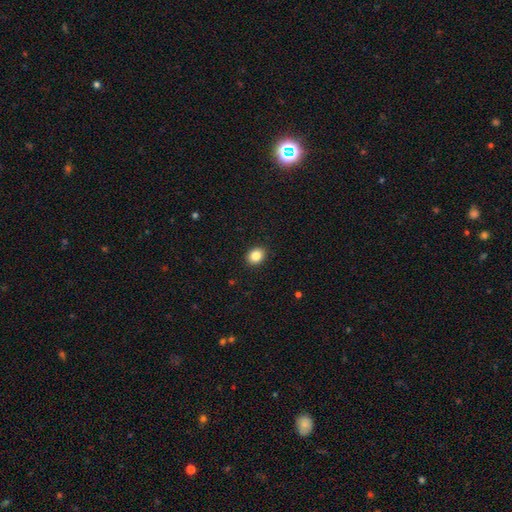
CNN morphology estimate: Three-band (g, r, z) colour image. It shows a smooth galaxy with no disk features (85%) that is round (50%). Merging: none (91%).